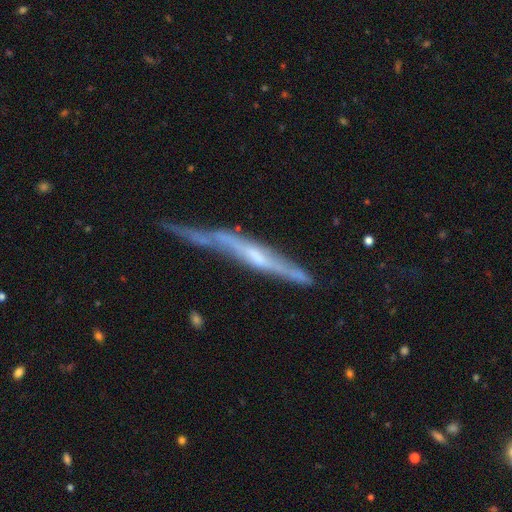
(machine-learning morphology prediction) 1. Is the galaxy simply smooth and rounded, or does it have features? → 75% featured or disk, 18% smooth, 7% star or artifact.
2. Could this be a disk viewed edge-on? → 86% yes, 14% no.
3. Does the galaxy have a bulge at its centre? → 43% none, 42% rounded, 15% boxy.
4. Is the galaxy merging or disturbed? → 45% none, 32% minor disturbance, 17% major disturbance, 7% merger.